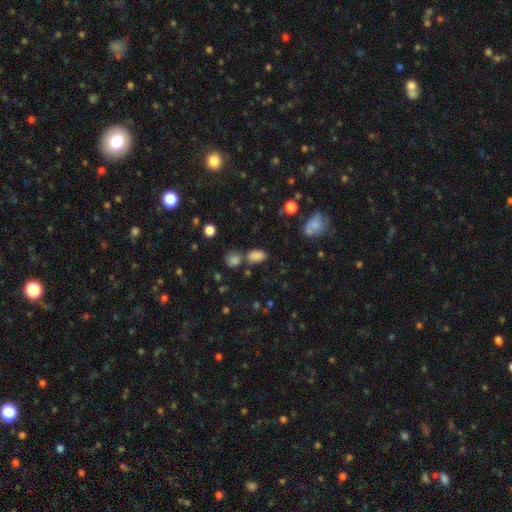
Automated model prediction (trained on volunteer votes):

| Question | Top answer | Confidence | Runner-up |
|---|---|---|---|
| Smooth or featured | smooth | 80% | star or artifact (14%) |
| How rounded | in between | 84% | round (14%) |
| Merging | none | 64% | merger (17%) |